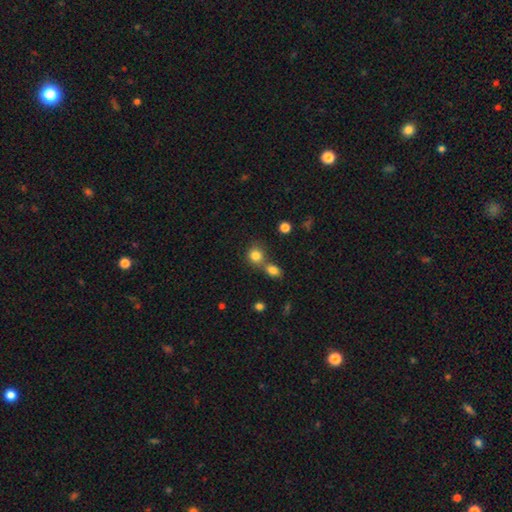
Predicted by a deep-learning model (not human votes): A smooth galaxy with no disk features (82%) that is round (80%). Merging: none (49%).